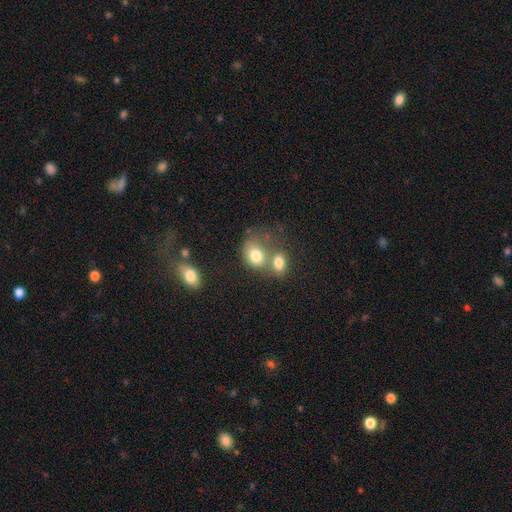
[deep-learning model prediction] Q: Smooth or featured?
A: smooth (78%); runner-up: featured or disk (13%)
Q: How rounded?
A: in between (60%); runner-up: round (39%)
Q: Merging?
A: merger (53%); runner-up: none (27%)